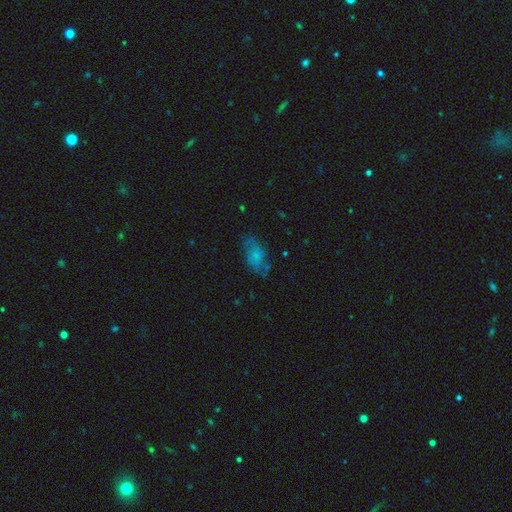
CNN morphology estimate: Smooth or featured? smooth (52%)
How rounded? in between (89%)
Merging? none (59%)